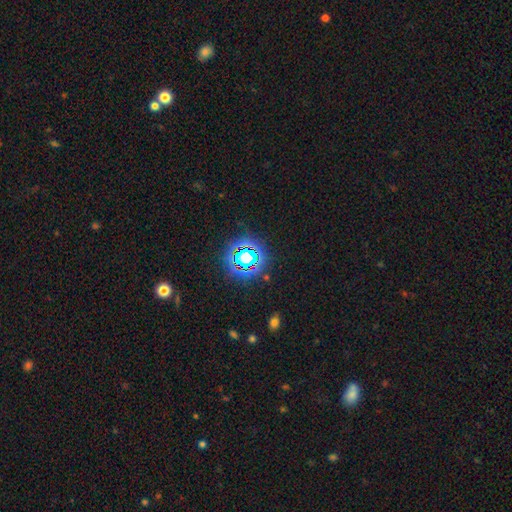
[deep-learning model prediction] Smooth or featured? Predicted: star or artifact (p=0.81).